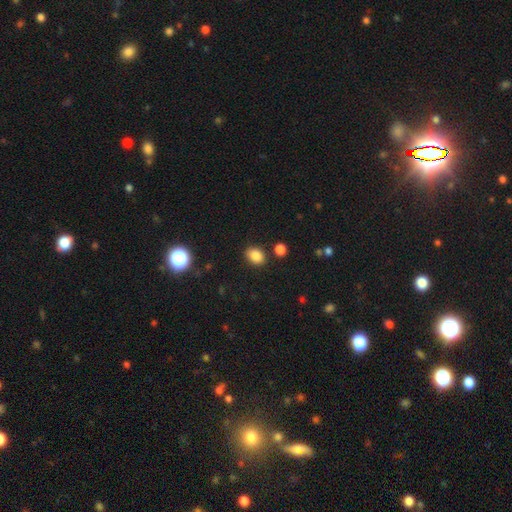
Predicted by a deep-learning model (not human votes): smooth 85%, star or artifact 11%, featured or disk 5%. Down the decision tree: how rounded — in between (65%); merging — none (83%).